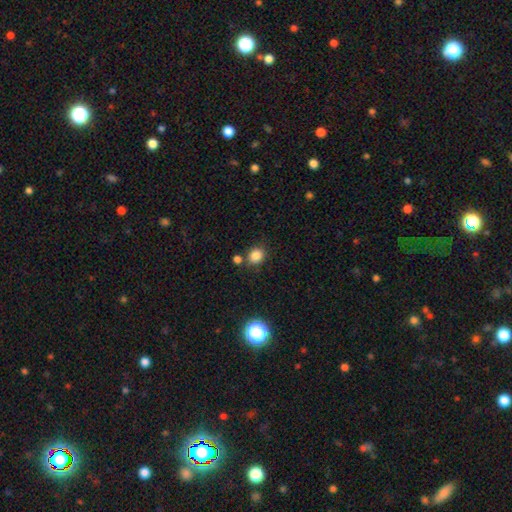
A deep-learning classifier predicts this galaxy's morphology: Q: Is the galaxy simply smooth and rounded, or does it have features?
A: smooth — 83%.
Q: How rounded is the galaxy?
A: round — 64%.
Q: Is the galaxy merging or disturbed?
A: none — 74%.